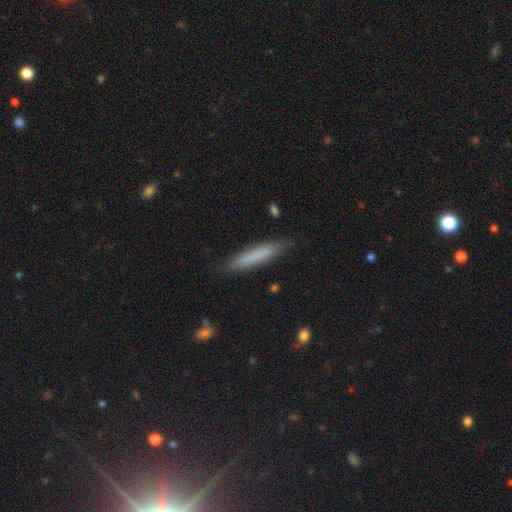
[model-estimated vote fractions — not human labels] The model was most divided on "smooth or featured": smooth: 79%, featured or disk: 15%, star or artifact: 7%. More confident: how rounded — cigar-shaped (90%); merging — none (86%).